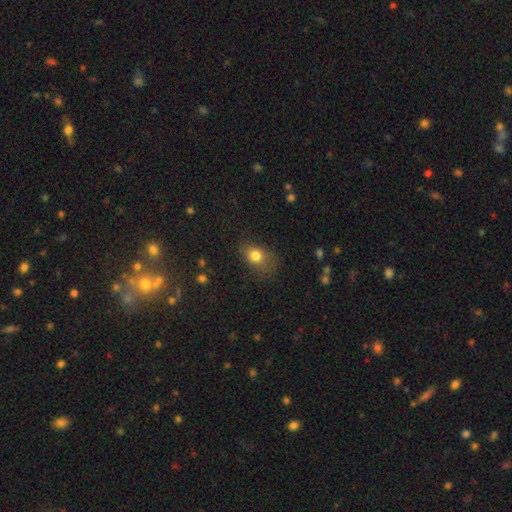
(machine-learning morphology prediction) smooth-or-featured: smooth: 80% | star or artifact: 11% | featured or disk: 9%
  how-rounded: in between: 64% | round: 34% | cigar-shaped: 2%
  merging: none: 63% | minor disturbance: 24% | major disturbance: 11% | merger: 2%